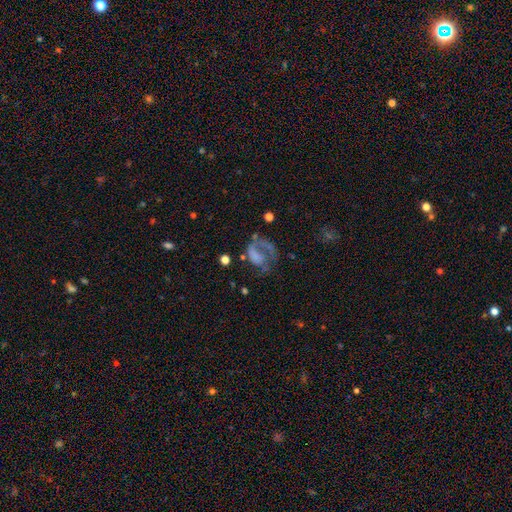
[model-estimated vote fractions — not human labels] Smooth or featured? Predicted: featured or disk (p=0.57). Edge-on disk? Predicted: no (p=0.98). Bar? Predicted: no (p=0.81). Spiral arms? Predicted: yes (p=0.56). Bulge size? Predicted: none (p=0.66). Merging? Predicted: major disturbance (p=0.47).